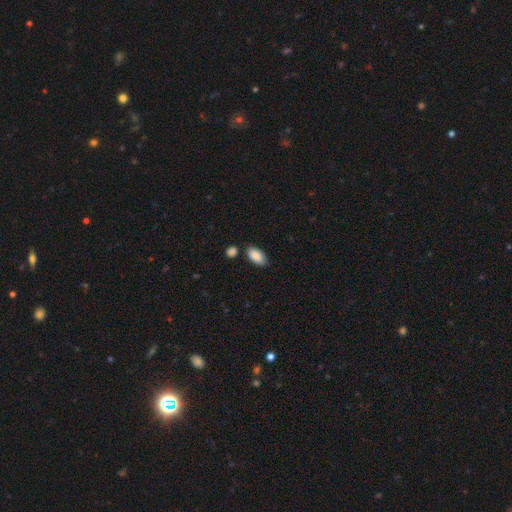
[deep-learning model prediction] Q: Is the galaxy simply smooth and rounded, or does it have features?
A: smooth — 89%.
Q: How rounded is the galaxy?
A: in between — 94%.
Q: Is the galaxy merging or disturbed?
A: none — 75%.